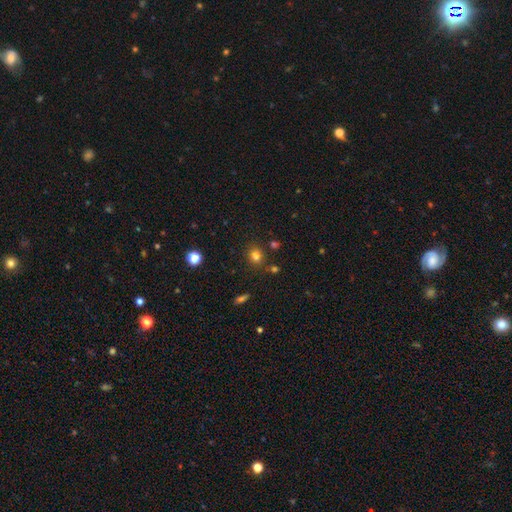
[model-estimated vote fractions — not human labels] This is likely a smooth galaxy (79%). How rounded: likely round (71%). Merging: clearly none (82%).